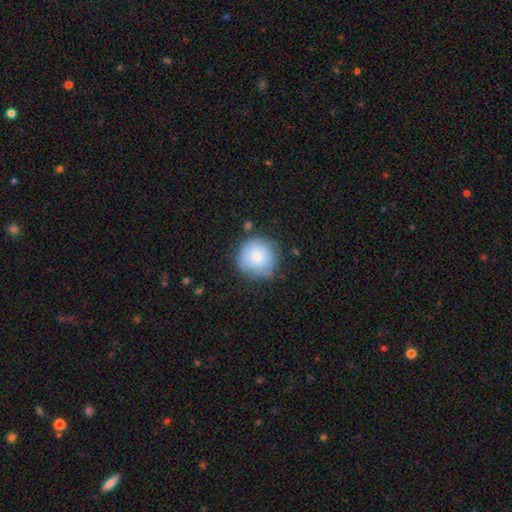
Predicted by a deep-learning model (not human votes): smooth_or_featured: smooth (p=0.79) [alt: featured or disk p=0.13]
how_rounded: round (p=0.94) [alt: in between p=0.05]
merging: none (p=0.73) [alt: minor disturbance p=0.19]